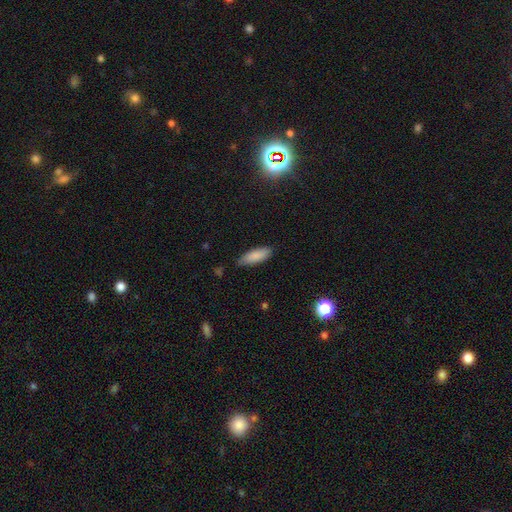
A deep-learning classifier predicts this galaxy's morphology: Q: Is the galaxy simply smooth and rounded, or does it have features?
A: smooth — 85%.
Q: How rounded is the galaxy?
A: in between — 66%.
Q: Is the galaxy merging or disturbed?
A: none — 80%.